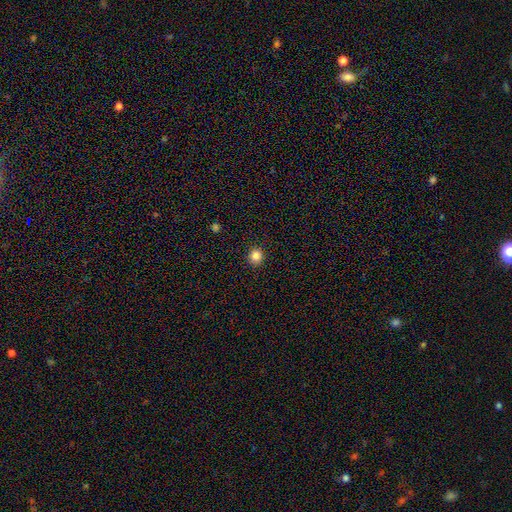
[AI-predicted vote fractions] This is clearly a smooth galaxy (84%). How rounded: clearly round (92%). Merging: clearly none (92%).